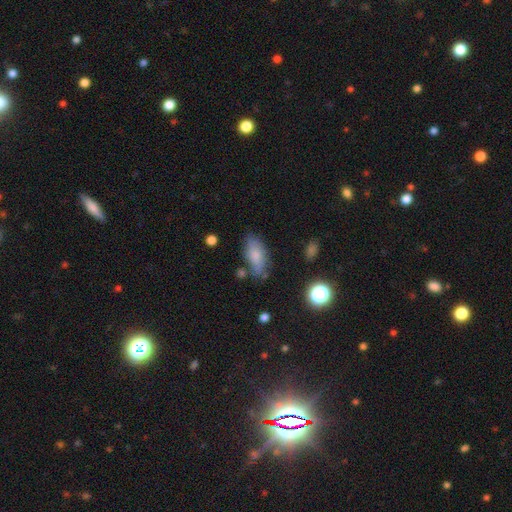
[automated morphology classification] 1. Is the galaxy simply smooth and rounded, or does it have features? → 73% smooth, 18% featured or disk, 9% star or artifact.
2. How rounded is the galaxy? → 86% in between, 10% cigar-shaped, 4% round.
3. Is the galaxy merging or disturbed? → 62% none, 24% minor disturbance, 7% major disturbance, 7% merger.